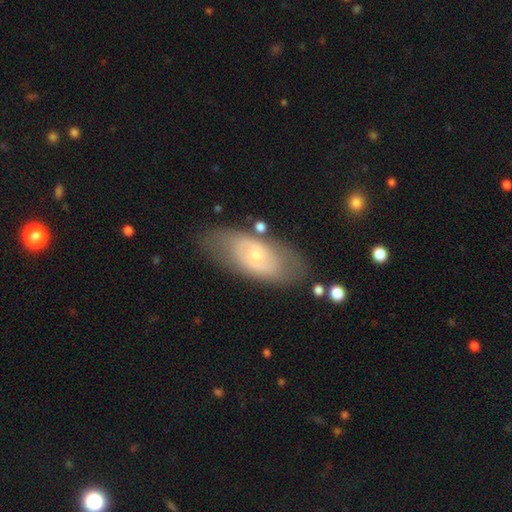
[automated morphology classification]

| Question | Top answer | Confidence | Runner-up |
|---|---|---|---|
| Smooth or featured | featured or disk | 56% | smooth (37%) |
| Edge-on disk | no | 88% | yes (12%) |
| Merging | none | 74% | minor disturbance (16%) |